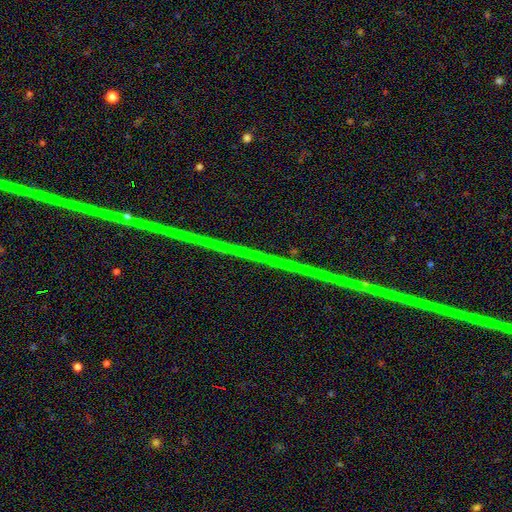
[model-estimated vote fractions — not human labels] A star or artifact, not a galaxy (79%).

Vote fractions:
- Smooth or featured? star or artifact: 79% / featured or disk: 14% / smooth: 7%